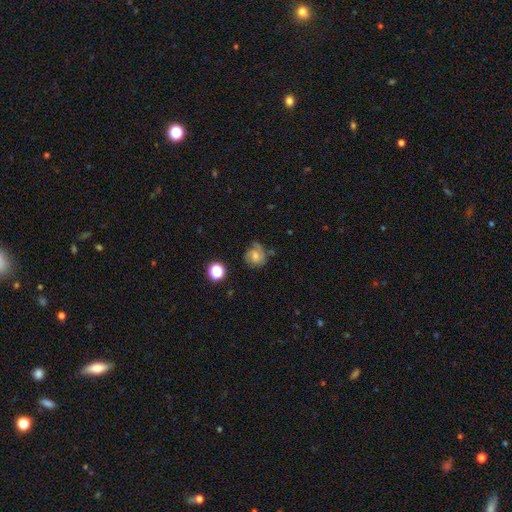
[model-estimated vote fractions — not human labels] Morphology: type=featured or disk (48%); merging=none (58%).